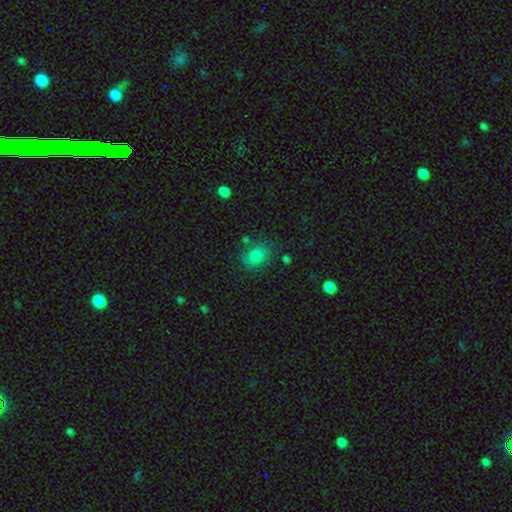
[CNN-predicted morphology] smooth_or_featured: smooth (p=0.80) [alt: star or artifact p=0.11]
how_rounded: in between (p=0.61) [alt: round p=0.37]
merging: none (p=0.75) [alt: minor disturbance p=0.15]